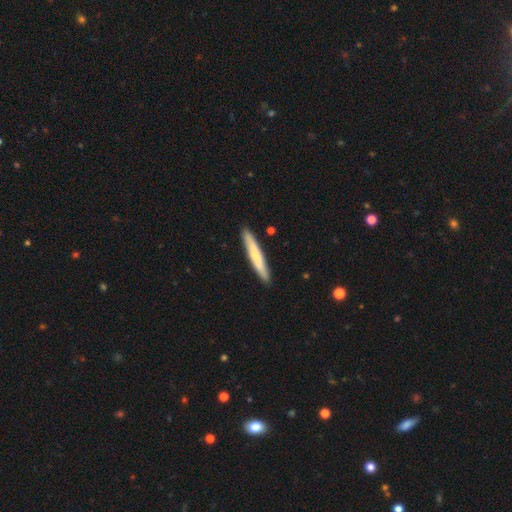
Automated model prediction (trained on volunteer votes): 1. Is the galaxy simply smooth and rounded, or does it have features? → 67% smooth, 28% featured or disk, 5% star or artifact.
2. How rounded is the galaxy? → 94% cigar-shaped, 4% in between, 1% round.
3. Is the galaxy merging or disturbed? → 91% none, 7% minor disturbance, 1% major disturbance, 1% merger.